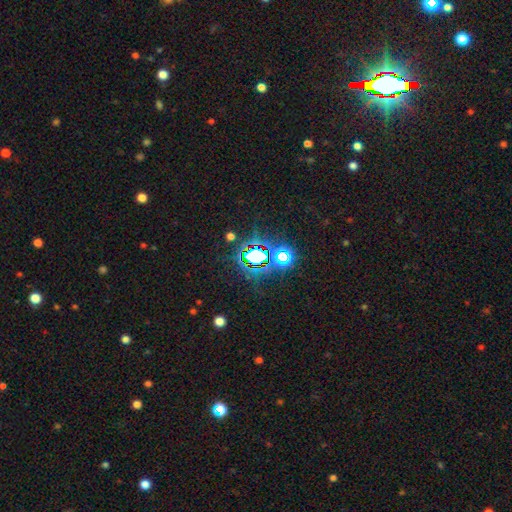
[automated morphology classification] Smooth or featured? Predicted: star or artifact (p=0.73).